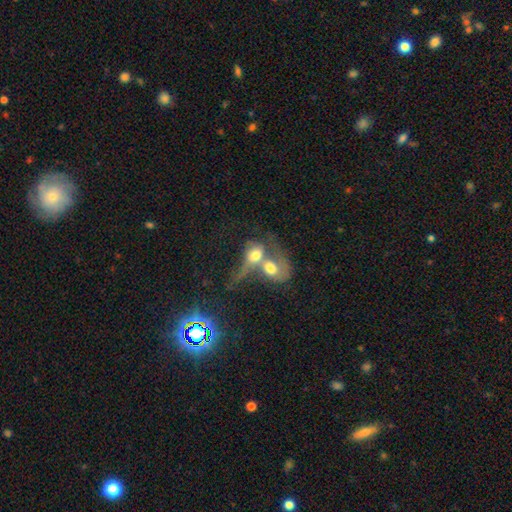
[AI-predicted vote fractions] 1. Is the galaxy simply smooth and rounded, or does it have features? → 52% smooth, 38% featured or disk, 10% star or artifact.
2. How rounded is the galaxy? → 60% in between, 36% round, 4% cigar-shaped.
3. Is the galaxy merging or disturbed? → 82% merger, 8% major disturbance, 6% none, 3% minor disturbance.